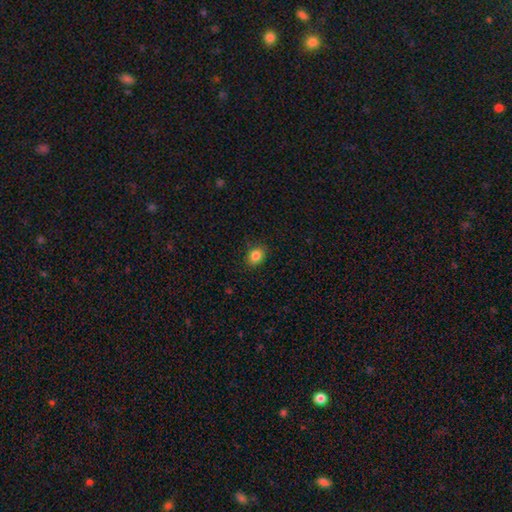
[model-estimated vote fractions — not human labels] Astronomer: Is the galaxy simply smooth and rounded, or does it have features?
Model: smooth — 85%.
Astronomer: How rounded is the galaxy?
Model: round — 52% (runner-up: in between, 47%).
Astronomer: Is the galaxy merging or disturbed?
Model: none — 85%.